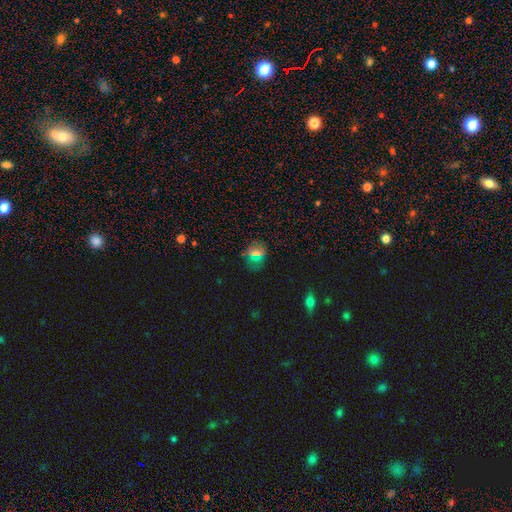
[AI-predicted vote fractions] The model was most divided on "smooth or featured": smooth: 55%, star or artifact: 31%, featured or disk: 14%. More confident: merging — none (83%); how rounded — round (64%).